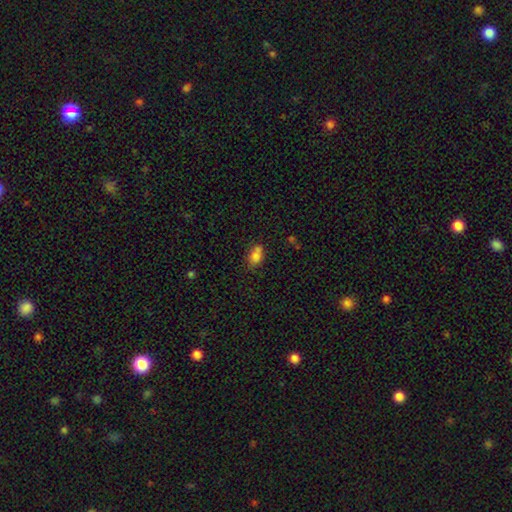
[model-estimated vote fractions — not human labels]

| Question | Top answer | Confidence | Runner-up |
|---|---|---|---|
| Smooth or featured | smooth | 79% | star or artifact (11%) |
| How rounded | in between | 81% | round (16%) |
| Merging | none | 50% | merger (22%) |